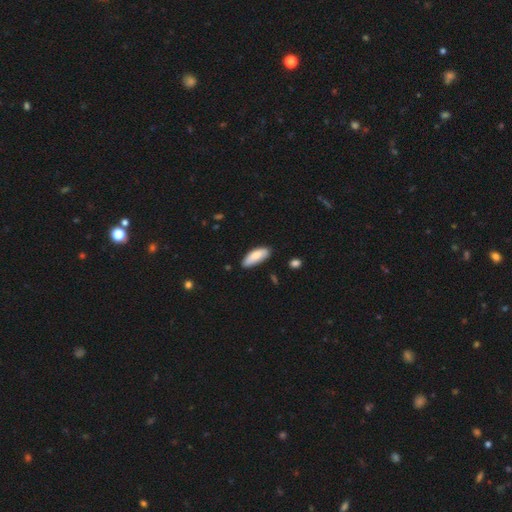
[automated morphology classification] A smooth galaxy with no disk features (83%) that is in between round and cigar-shaped (73%). Merging: none (76%).